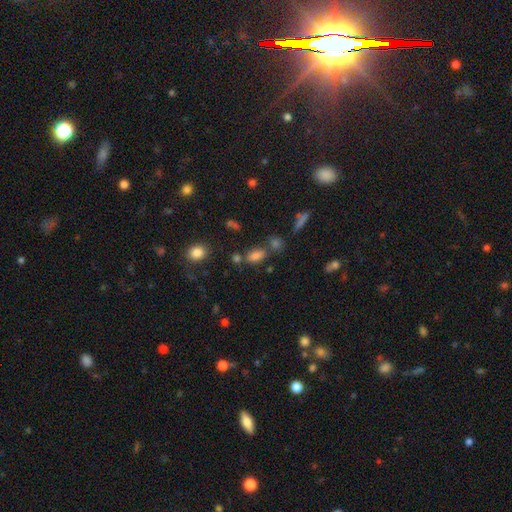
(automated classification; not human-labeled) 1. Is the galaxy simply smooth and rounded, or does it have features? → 77% smooth, 15% star or artifact, 8% featured or disk.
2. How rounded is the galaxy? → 85% in between, 10% round, 5% cigar-shaped.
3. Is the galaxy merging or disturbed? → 62% none, 19% merger, 14% minor disturbance, 5% major disturbance.